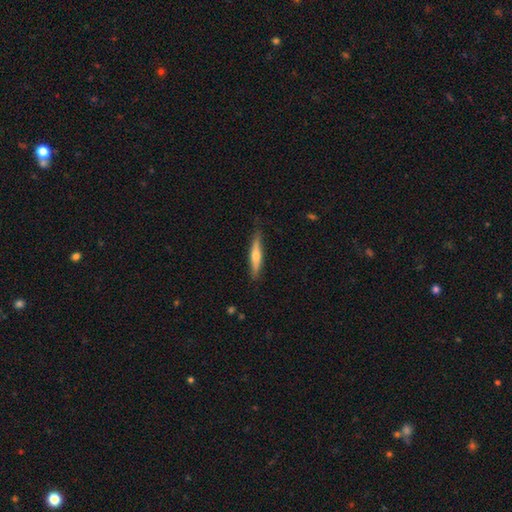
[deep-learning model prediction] Smooth or featured?
  - featured or disk: 48% *
  - smooth: 47%
  - star or artifact: 5%
Merging?
  - none: 82% *
  - minor disturbance: 14%
  - major disturbance: 2%
  - merger: 1%